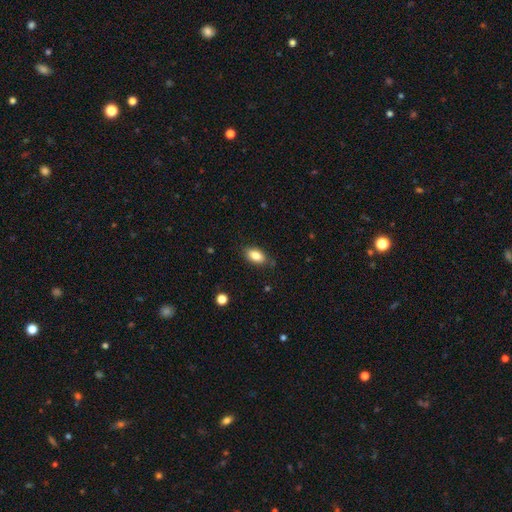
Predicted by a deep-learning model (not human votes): Smooth or featured: smooth — 83% (featured or disk — 9%)
How rounded: in between — 89% (round — 6%)
Merging: none — 81% (minor disturbance — 14%)